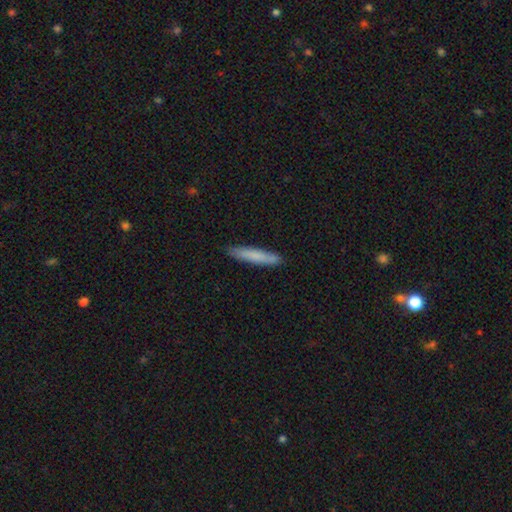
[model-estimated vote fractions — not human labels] Morphology: type=smooth (78%); roundness=cigar-shaped (93%); merging=none (88%).